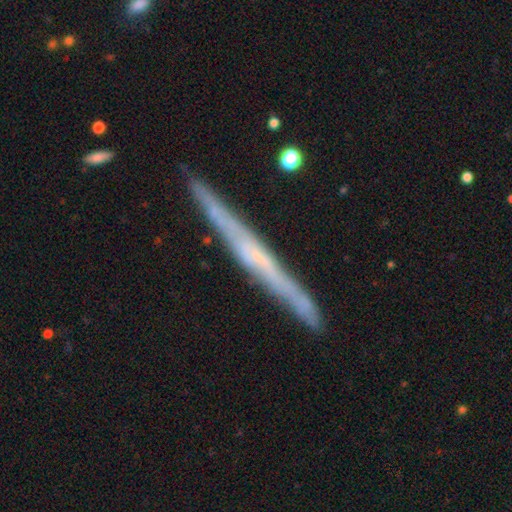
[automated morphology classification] This is likely a featured or disk galaxy (72%). It is clearly viewed edge-on (97%). Edge-on bulge: likely none (66%). Merging: clearly none (88%).